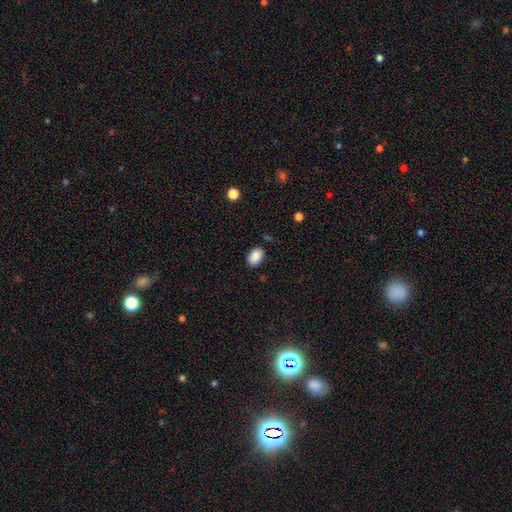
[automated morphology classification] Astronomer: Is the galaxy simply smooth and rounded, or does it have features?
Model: smooth — 88%.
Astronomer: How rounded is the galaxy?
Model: in between — 84%.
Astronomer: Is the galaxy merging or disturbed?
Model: none — 83%.